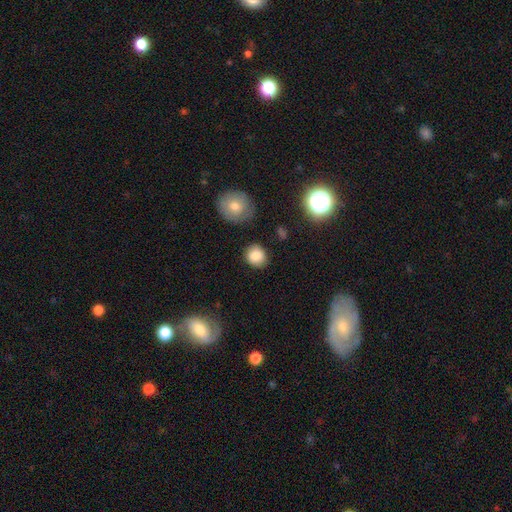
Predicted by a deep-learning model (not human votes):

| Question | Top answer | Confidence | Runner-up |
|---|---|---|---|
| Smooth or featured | smooth | 85% | star or artifact (9%) |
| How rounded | round | 80% | in between (19%) |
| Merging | none | 85% | minor disturbance (10%) |